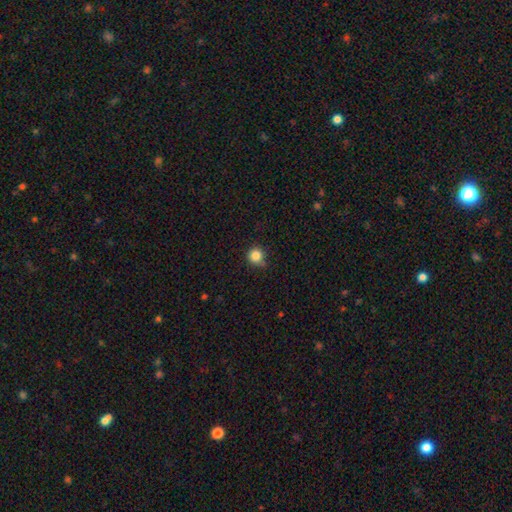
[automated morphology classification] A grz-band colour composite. It shows a smooth galaxy with no disk features (85%) that is round (92%). Merging: none (69%).